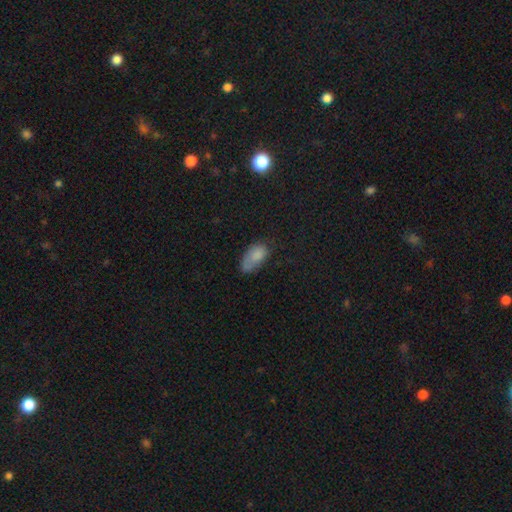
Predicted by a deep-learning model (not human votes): The model was most divided on "merging": none: 44%, minor disturbance: 33%, major disturbance: 16%, merger: 7%. More confident: how rounded — in between (91%); smooth or featured — smooth (79%).